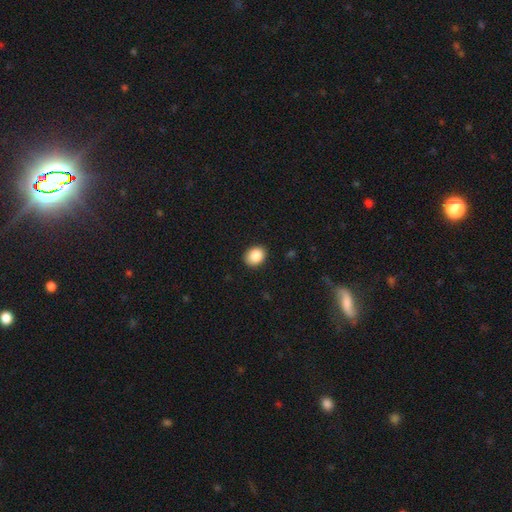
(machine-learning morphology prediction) The model was most divided on "how rounded": round: 51%, in between: 48%, cigar-shaped: 1%. More confident: merging — none (89%); smooth or featured — smooth (87%).